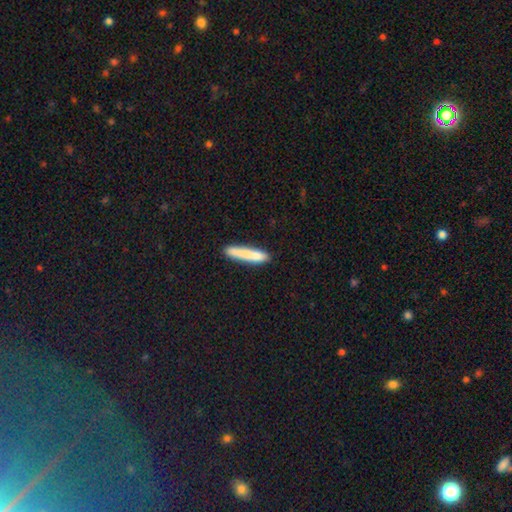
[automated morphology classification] Smooth or featured? smooth (80%)
How rounded? cigar-shaped (91%)
Merging? none (79%)